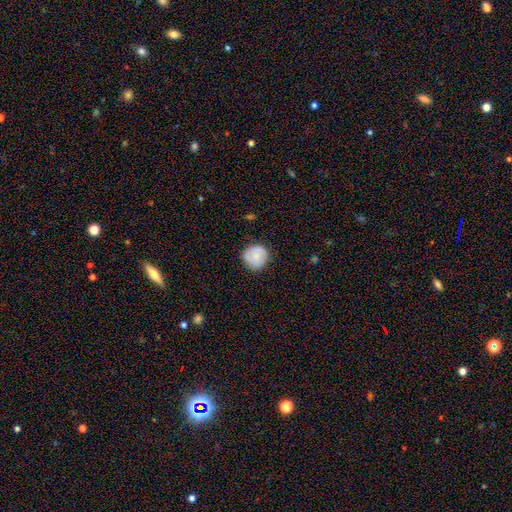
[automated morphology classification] Smooth or featured? smooth (74%)
How rounded? round (90%)
Merging? none (79%)